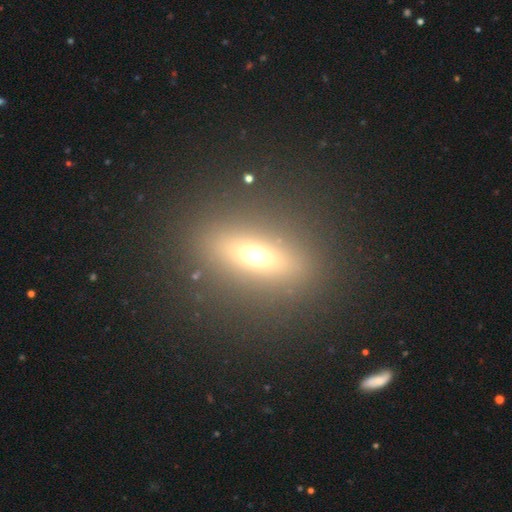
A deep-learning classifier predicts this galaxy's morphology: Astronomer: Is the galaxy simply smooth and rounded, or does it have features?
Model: smooth — 48% (runner-up: featured or disk, 36%).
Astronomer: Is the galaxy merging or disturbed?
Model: none — 87%.